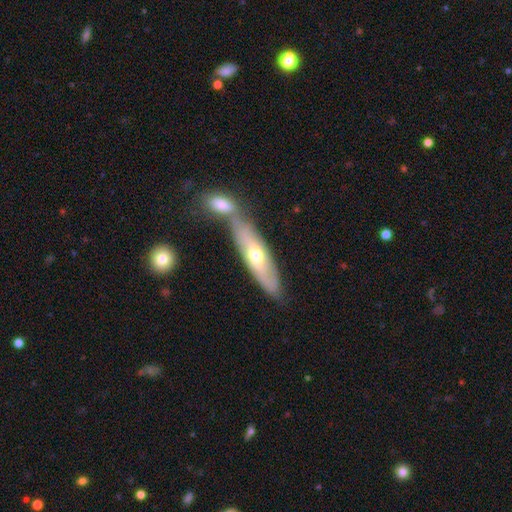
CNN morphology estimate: This is possibly a featured or disk galaxy (54%). It is possibly not viewed edge-on (53%). Merging: possibly none (50%).